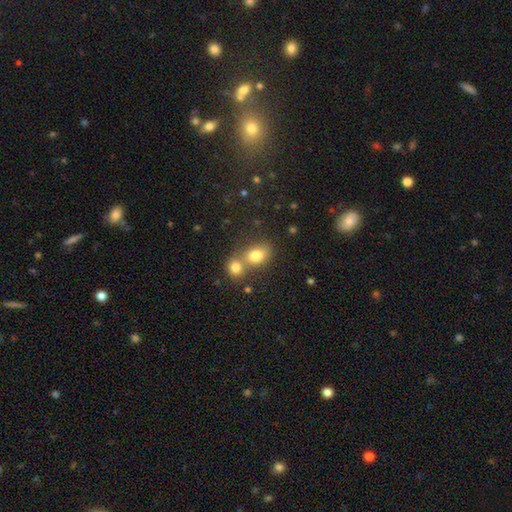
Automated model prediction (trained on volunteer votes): Morphology: type=smooth (79%); roundness=in between (67%); merging=merger (50%).